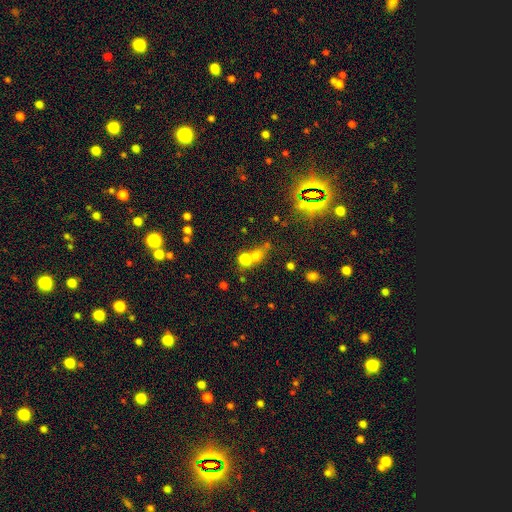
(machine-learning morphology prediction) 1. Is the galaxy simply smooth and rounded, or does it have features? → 68% smooth, 20% star or artifact, 13% featured or disk.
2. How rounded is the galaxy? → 74% round, 24% in between, 2% cigar-shaped.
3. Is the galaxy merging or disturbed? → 54% merger, 35% none, 7% minor disturbance, 4% major disturbance.